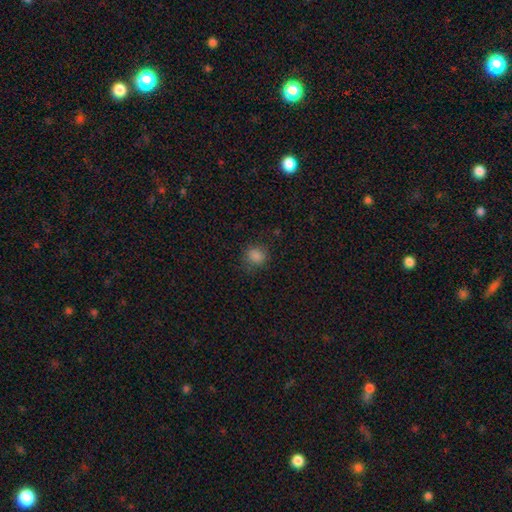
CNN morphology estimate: Smooth or featured? Predicted: smooth (p=0.82). How rounded? Predicted: round (p=0.81). Merging? Predicted: none (p=0.80).